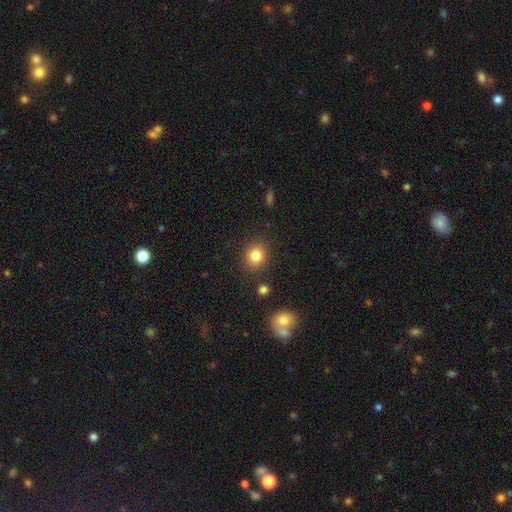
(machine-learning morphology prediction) Smooth or featured? Predicted: smooth (p=0.84). How rounded? Predicted: round (p=0.78). Merging? Predicted: none (p=0.86).